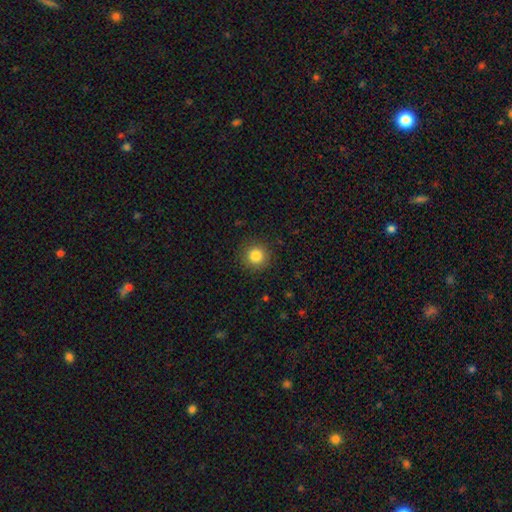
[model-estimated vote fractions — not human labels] Smooth or featured? smooth (84%)
How rounded? round (94%)
Merging? none (91%)